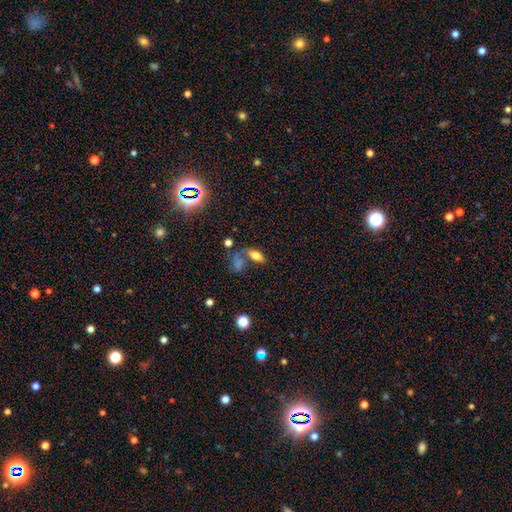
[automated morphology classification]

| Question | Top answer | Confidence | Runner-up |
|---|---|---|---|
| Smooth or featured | smooth | 68% | featured or disk (19%) |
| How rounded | in between | 80% | cigar-shaped (13%) |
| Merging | none | 43% | merger (31%) |